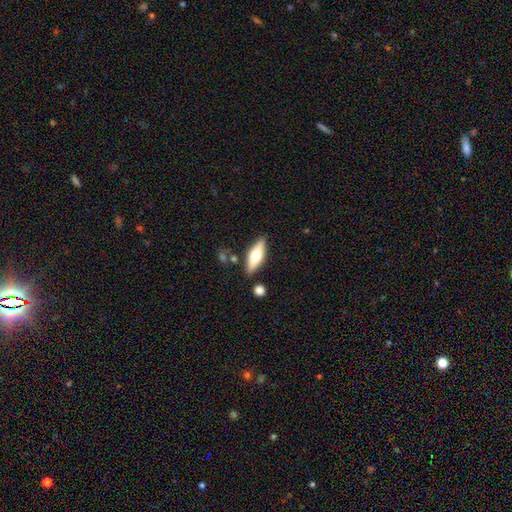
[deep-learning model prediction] Smooth or featured? Predicted: smooth (p=0.54). How rounded? Predicted: in between (p=0.60). Merging? Predicted: none (p=0.84).